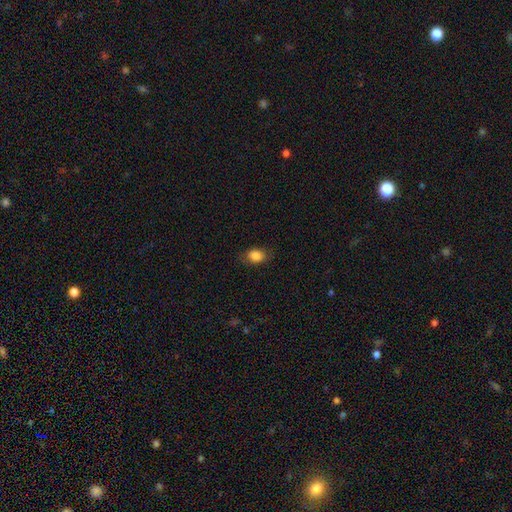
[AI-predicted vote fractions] Smooth or featured?
  - smooth: 84% *
  - star or artifact: 9%
  - featured or disk: 6%
How rounded?
  - in between: 66% *
  - round: 32%
  - cigar-shaped: 2%
Merging?
  - none: 78% *
  - minor disturbance: 16%
  - major disturbance: 4%
  - merger: 1%